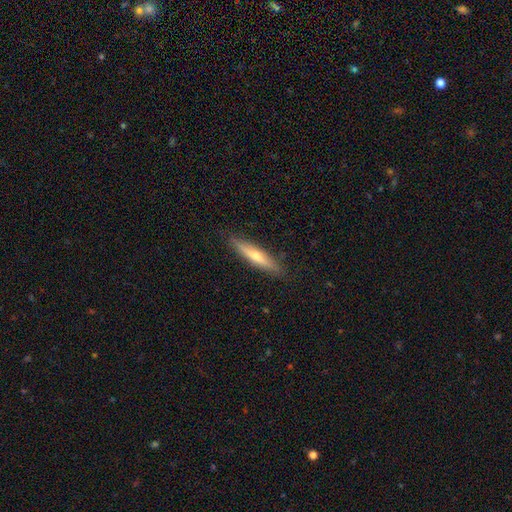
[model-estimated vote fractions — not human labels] A featured or disk galaxy (49%).

Vote fractions:
- Smooth or featured? featured or disk: 49% / smooth: 45% / star or artifact: 6%
- Merging? none: 88% / minor disturbance: 9% / major disturbance: 2% / merger: 1%